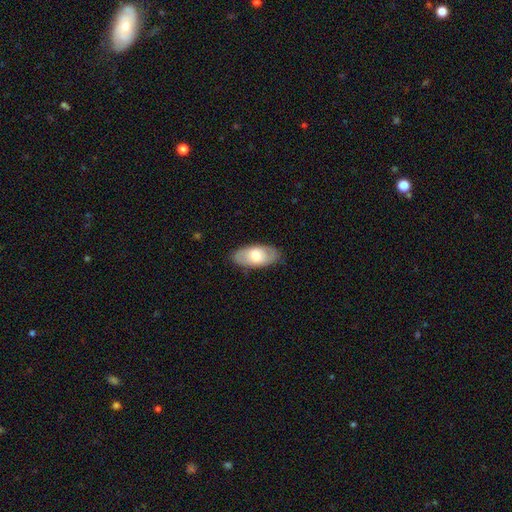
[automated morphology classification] A smooth galaxy with no disk features (61%) that is in between round and cigar-shaped (93%).

Vote fractions:
- Smooth or featured? smooth: 61% / featured or disk: 34% / star or artifact: 6%
- How rounded? in between: 93% / cigar-shaped: 4% / round: 3%
- Merging? none: 83% / minor disturbance: 13% / major disturbance: 3% / merger: 1%